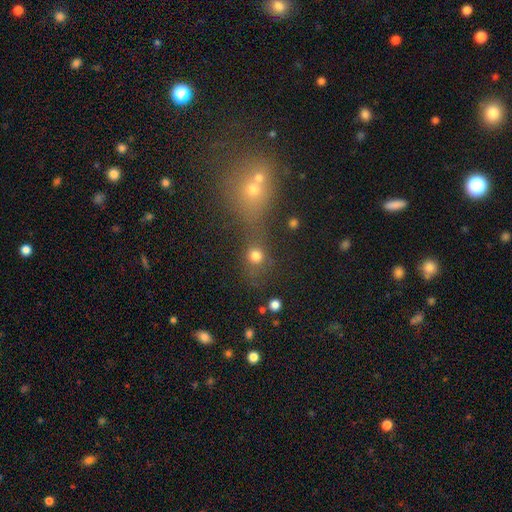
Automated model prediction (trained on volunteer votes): This appears to be a smooth galaxy with no disk features (75%) that is round (84%). Merging: none (48%).